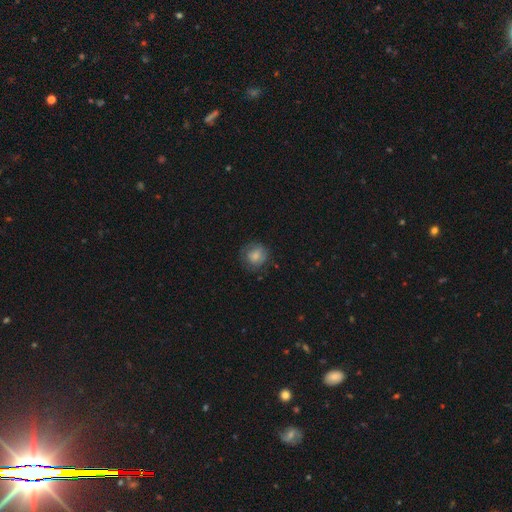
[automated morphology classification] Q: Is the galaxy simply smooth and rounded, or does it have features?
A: smooth — 71%.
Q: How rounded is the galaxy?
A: round — 79%.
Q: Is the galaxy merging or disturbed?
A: none — 68%.